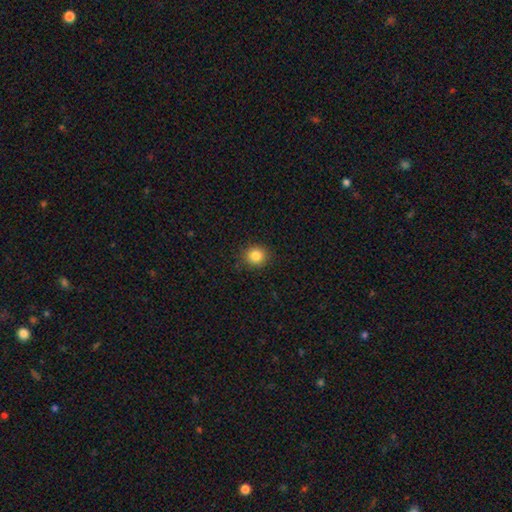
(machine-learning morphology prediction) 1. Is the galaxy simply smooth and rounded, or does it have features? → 85% smooth, 11% star or artifact, 4% featured or disk.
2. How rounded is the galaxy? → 87% round, 12% in between, 1% cigar-shaped.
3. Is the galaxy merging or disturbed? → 89% none, 8% minor disturbance, 2% major disturbance, 1% merger.